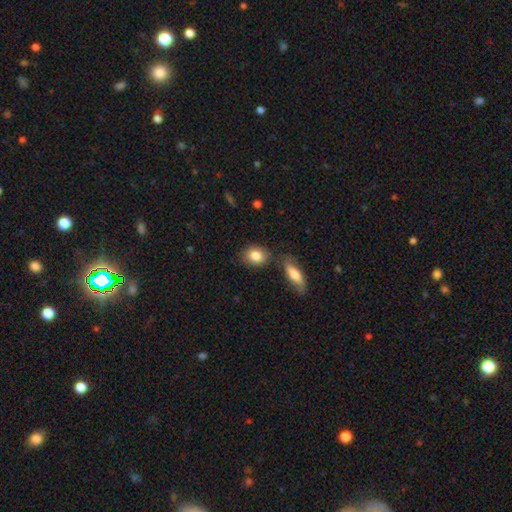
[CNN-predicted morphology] type=smooth (84%); roundness=in between (58%); merging=none (73%).